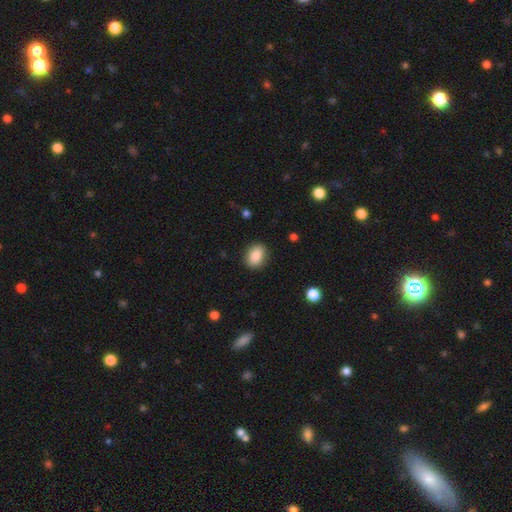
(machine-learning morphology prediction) A smooth galaxy with no disk features (86%) that is in between round and cigar-shaped (73%). Merging: none (87%).